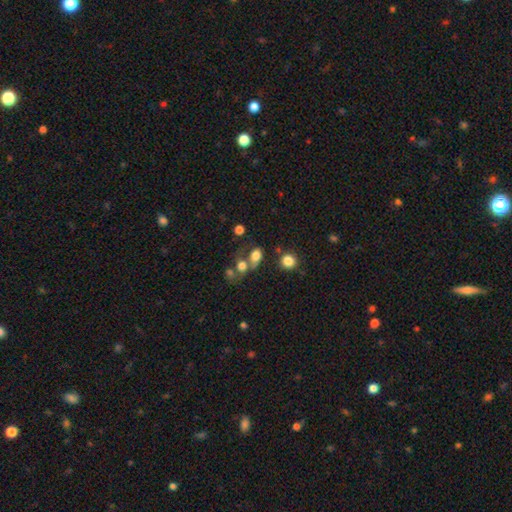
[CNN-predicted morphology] Smooth or featured? smooth (75%)
How rounded? in between (68%)
Merging? merger (39%)